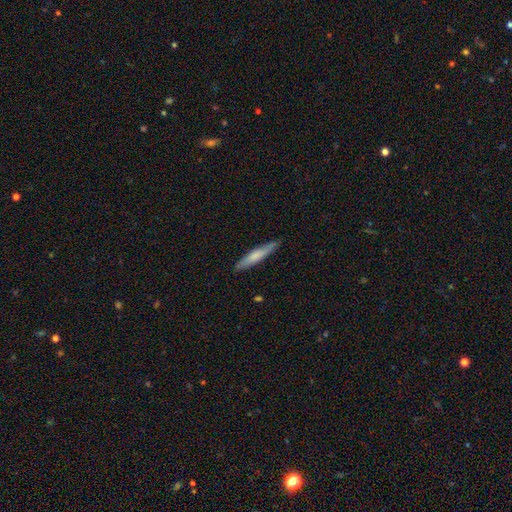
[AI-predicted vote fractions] Smooth or featured?
  - smooth: 64% *
  - featured or disk: 31%
  - star or artifact: 5%
How rounded?
  - cigar-shaped: 93% *
  - in between: 6%
  - round: 1%
Merging?
  - none: 87% *
  - minor disturbance: 10%
  - major disturbance: 2%
  - merger: 1%